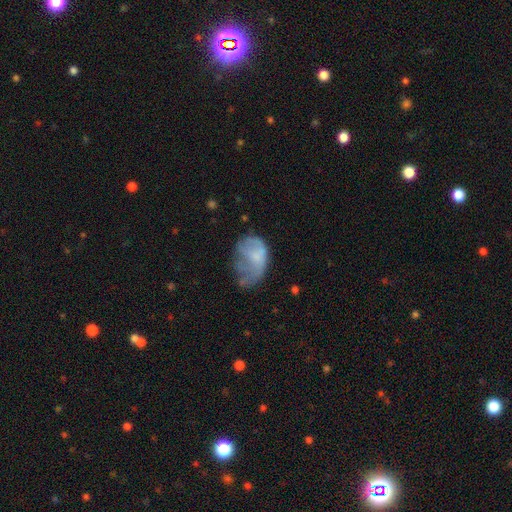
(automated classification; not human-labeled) A smooth galaxy with no disk features (53%) that is in between round and cigar-shaped (81%).

Vote fractions:
- Smooth or featured? smooth: 53% / featured or disk: 38% / star or artifact: 10%
- How rounded? in between: 81% / round: 18% / cigar-shaped: 2%
- Merging? major disturbance: 44% / minor disturbance: 29% / none: 22% / merger: 5%